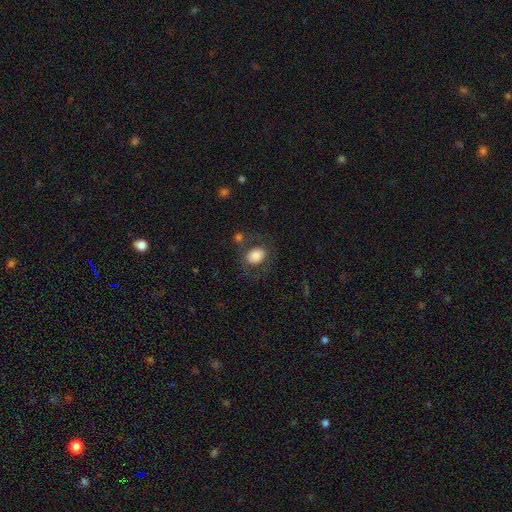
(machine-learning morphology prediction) The model was most divided on "how rounded": in between: 62%, round: 37%, cigar-shaped: 1%. More confident: smooth or featured — smooth (76%); merging — none (68%).